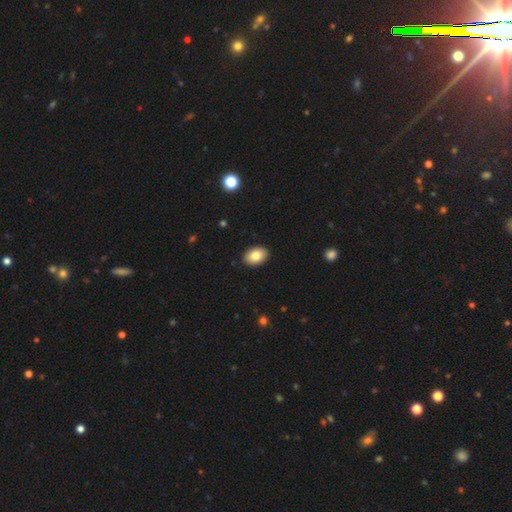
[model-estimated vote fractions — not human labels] Smooth or featured?
  - smooth: 83% *
  - featured or disk: 9%
  - star or artifact: 8%
How rounded?
  - in between: 85% *
  - round: 14%
  - cigar-shaped: 1%
Merging?
  - none: 91% *
  - minor disturbance: 7%
  - major disturbance: 2%
  - merger: 1%